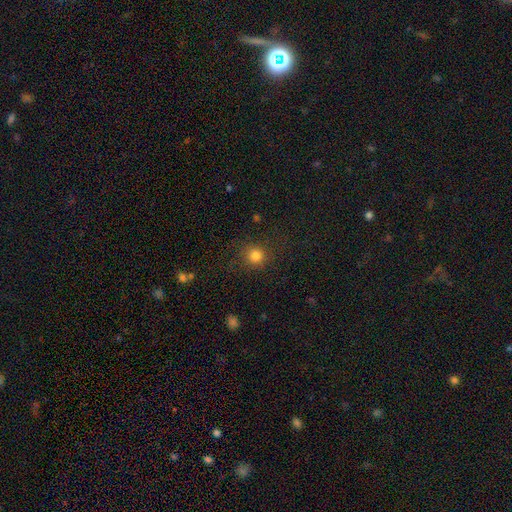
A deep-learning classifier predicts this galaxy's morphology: Smooth or featured? smooth (82%)
How rounded? round (92%)
Merging? none (85%)